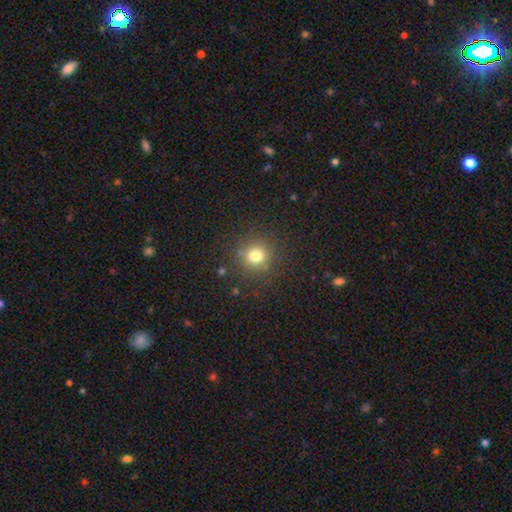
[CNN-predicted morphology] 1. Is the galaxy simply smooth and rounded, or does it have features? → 75% smooth, 18% star or artifact, 7% featured or disk.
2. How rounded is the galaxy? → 91% round, 8% in between, 1% cigar-shaped.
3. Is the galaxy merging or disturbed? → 87% none, 8% minor disturbance, 3% major disturbance, 2% merger.